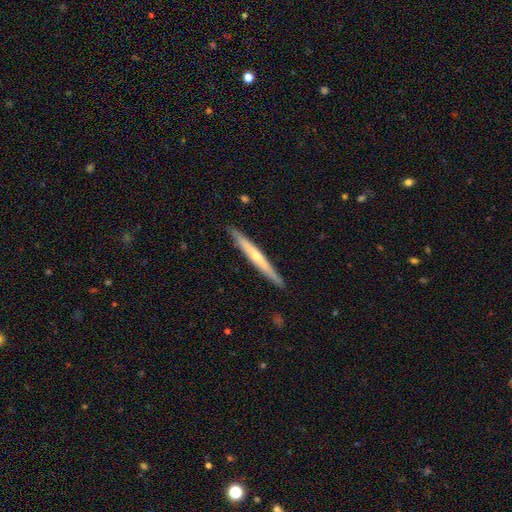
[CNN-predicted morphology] type=featured or disk (62%); edge-on=yes (97%); edge-on bulge=rounded (61%); merging=none (91%).